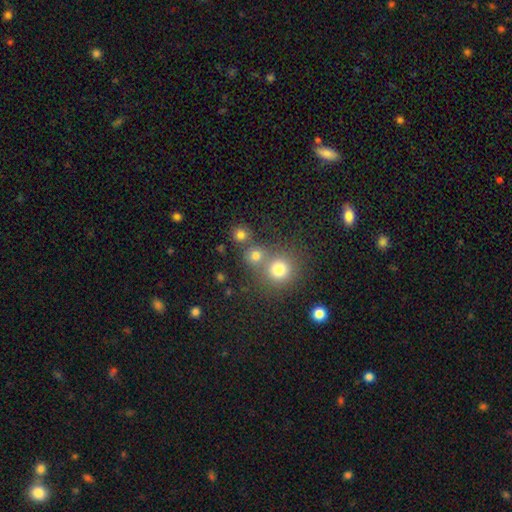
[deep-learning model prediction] Smooth or featured?
  - smooth: 76% *
  - star or artifact: 16%
  - featured or disk: 8%
How rounded?
  - round: 88% *
  - in between: 11%
  - cigar-shaped: 1%
Merging?
  - none: 60% *
  - merger: 30%
  - minor disturbance: 7%
  - major disturbance: 4%